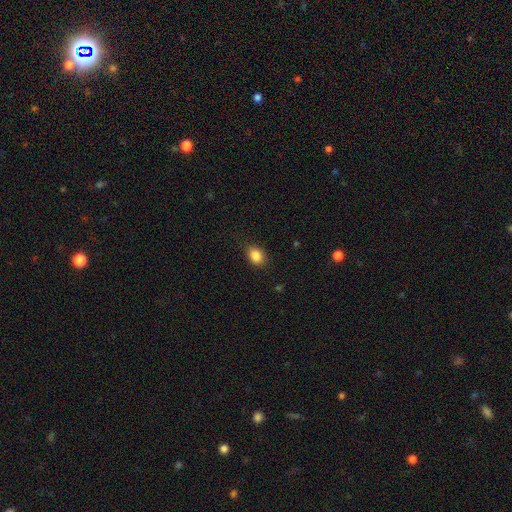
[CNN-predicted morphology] This appears to be a smooth galaxy with no disk features (86%) that is in between round and cigar-shaped (66%). Merging: none (80%).